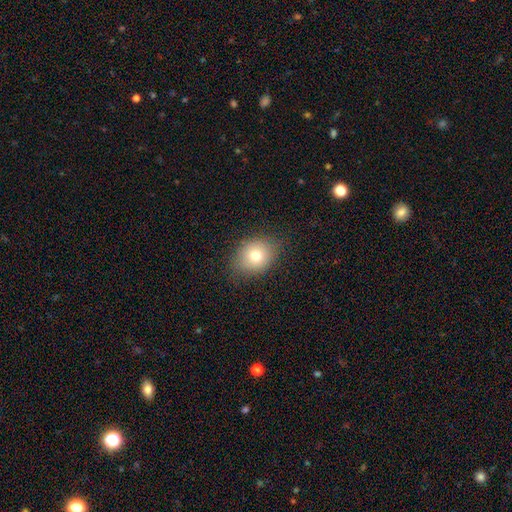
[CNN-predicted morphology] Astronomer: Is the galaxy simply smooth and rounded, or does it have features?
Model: smooth — 74%.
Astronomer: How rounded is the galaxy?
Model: in between — 51% (runner-up: round, 48%).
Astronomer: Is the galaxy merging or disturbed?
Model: none — 80%.